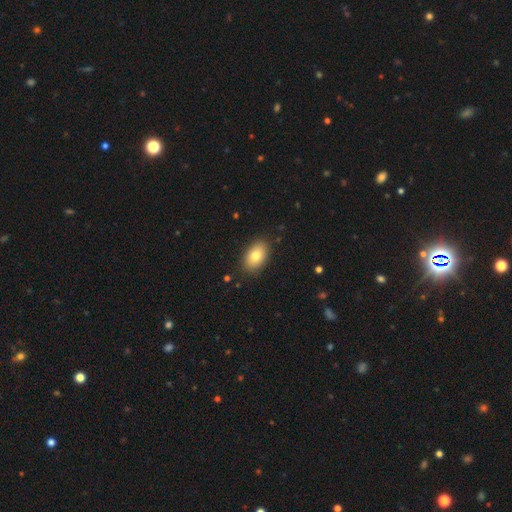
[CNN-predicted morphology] Smooth or featured?
  - smooth: 80% *
  - featured or disk: 13%
  - star or artifact: 8%
How rounded?
  - in between: 90% *
  - round: 9%
  - cigar-shaped: 1%
Merging?
  - none: 87% *
  - minor disturbance: 10%
  - major disturbance: 2%
  - merger: 1%